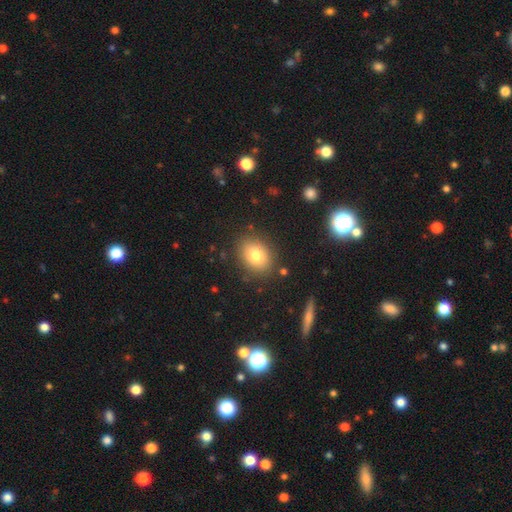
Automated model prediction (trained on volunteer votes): The model was most divided on "how rounded": in between: 62%, round: 37%, cigar-shaped: 1%. More confident: merging — none (84%); smooth or featured — smooth (78%).